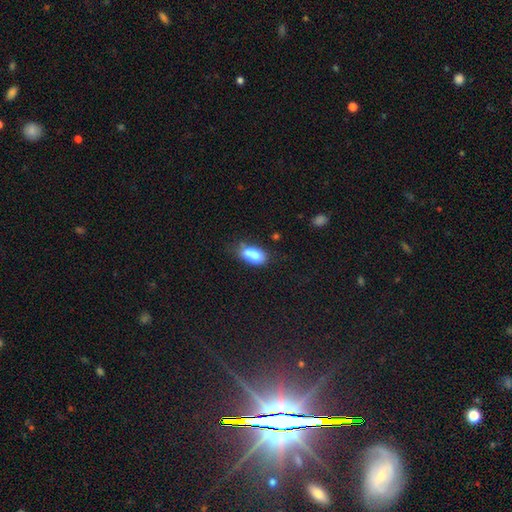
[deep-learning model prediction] Smooth or featured?
  - smooth: 75% *
  - featured or disk: 16%
  - star or artifact: 9%
How rounded?
  - in between: 85% *
  - round: 11%
  - cigar-shaped: 5%
Merging?
  - merger: 35% *
  - none: 34%
  - minor disturbance: 22%
  - major disturbance: 9%